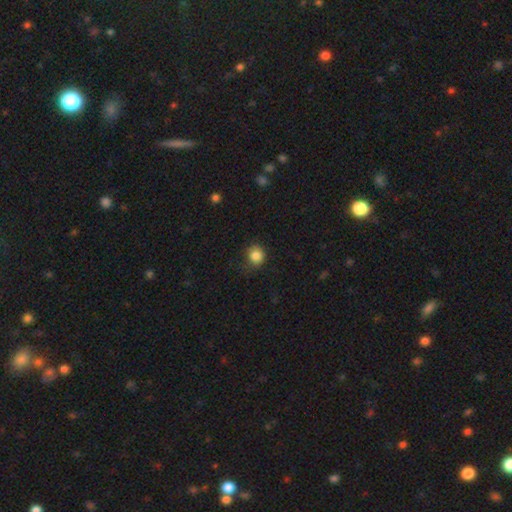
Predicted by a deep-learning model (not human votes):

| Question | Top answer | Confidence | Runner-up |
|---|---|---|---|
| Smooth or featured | smooth | 84% | star or artifact (11%) |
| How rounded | round | 81% | in between (18%) |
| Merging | none | 73% | minor disturbance (20%) |